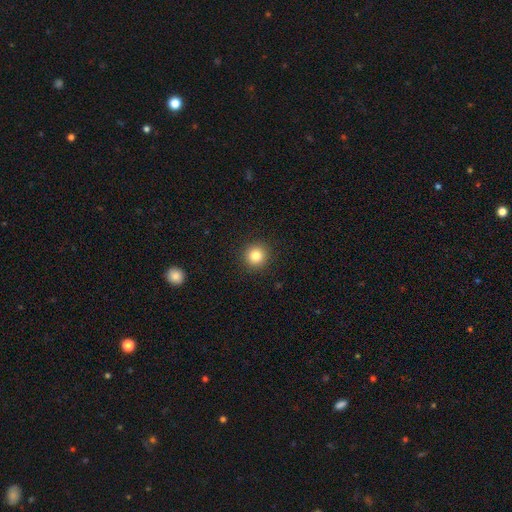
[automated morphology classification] A smooth galaxy with no disk features (82%) that is round (95%).

Vote fractions:
- Smooth or featured? smooth: 82% / star or artifact: 11% / featured or disk: 7%
- How rounded? round: 95% / in between: 5% / cigar-shaped: 1%
- Merging? none: 92% / minor disturbance: 5% / major disturbance: 2% / merger: 1%